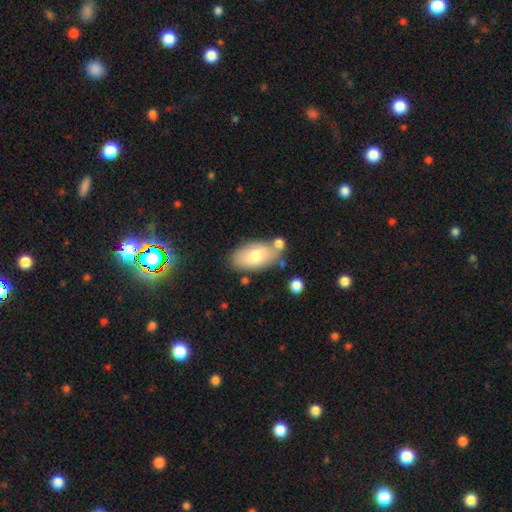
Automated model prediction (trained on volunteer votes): Overall: smooth (72%). How rounded: in between (93%). Merging: none (67%).